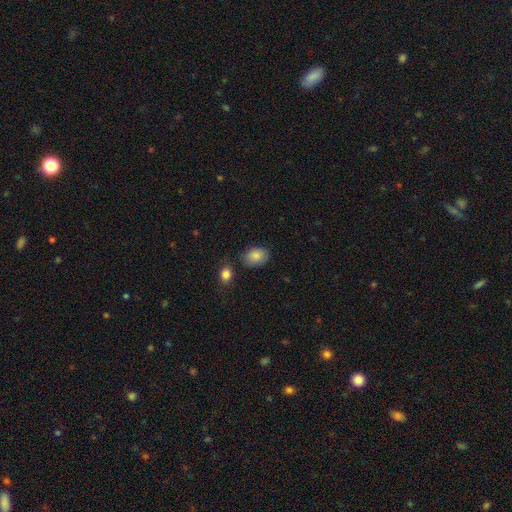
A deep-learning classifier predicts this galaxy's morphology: Smooth or featured: smooth — 85% (featured or disk — 8%)
How rounded: in between — 76% (round — 23%)
Merging: none — 75% (minor disturbance — 16%)